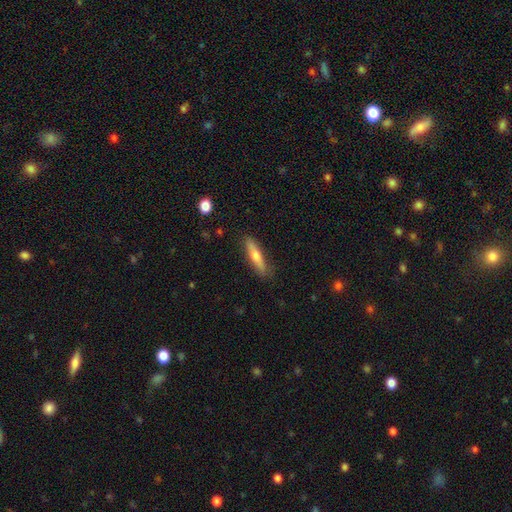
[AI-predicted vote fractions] A smooth galaxy with no disk features (53%) that is cigar-shaped (81%). Merging: none (85%).